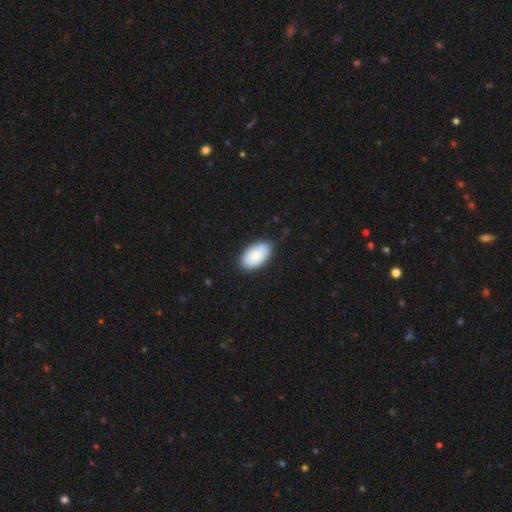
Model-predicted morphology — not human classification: Q: Smooth or featured?
A: smooth (81%); runner-up: featured or disk (14%)
Q: How rounded?
A: in between (95%); runner-up: round (4%)
Q: Merging?
A: none (83%); runner-up: minor disturbance (14%)